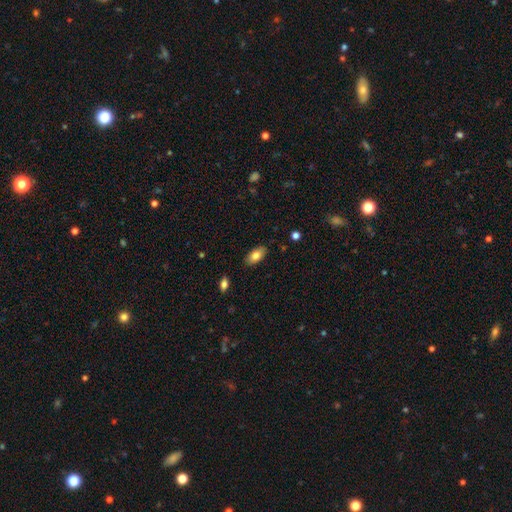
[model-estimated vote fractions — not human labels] This appears to be a smooth galaxy with no disk features (81%) that is in between round and cigar-shaped (93%). Merging: none (86%).